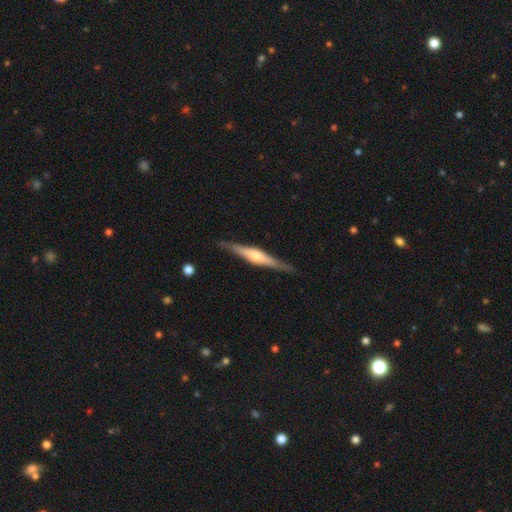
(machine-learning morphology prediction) type=featured or disk (73%); edge-on=yes (97%); edge-on bulge=rounded (80%); merging=none (88%).